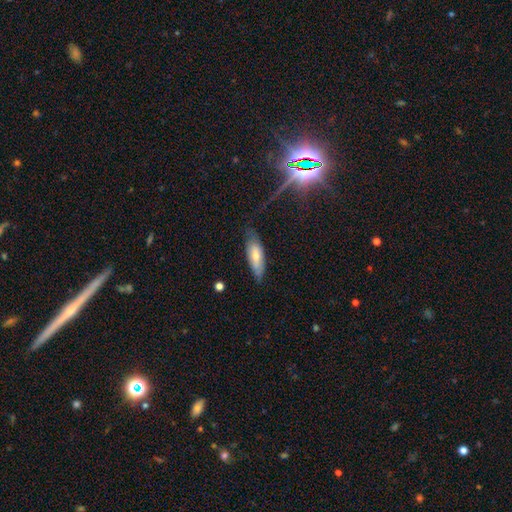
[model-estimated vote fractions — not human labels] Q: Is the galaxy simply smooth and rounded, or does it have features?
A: smooth — 67%.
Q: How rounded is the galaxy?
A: in between — 63%.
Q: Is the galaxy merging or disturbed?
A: none — 69%.